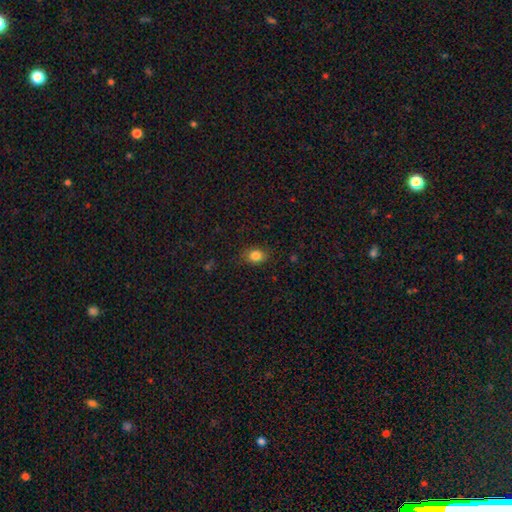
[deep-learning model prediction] A smooth galaxy with no disk features (84%) that is in between round and cigar-shaped (60%).

Vote fractions:
- Smooth or featured? smooth: 84% / star or artifact: 10% / featured or disk: 6%
- How rounded? in between: 60% / round: 39% / cigar-shaped: 1%
- Merging? none: 83% / minor disturbance: 13% / major disturbance: 3% / merger: 1%